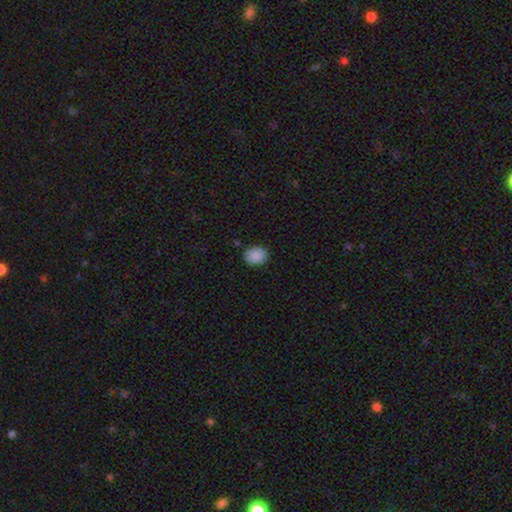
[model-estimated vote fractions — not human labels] smooth-or-featured: smooth: 89% | star or artifact: 8% | featured or disk: 4%
  how-rounded: in between: 52% | round: 47% | cigar-shaped: 1%
  merging: none: 84% | minor disturbance: 12% | major disturbance: 2% | merger: 2%